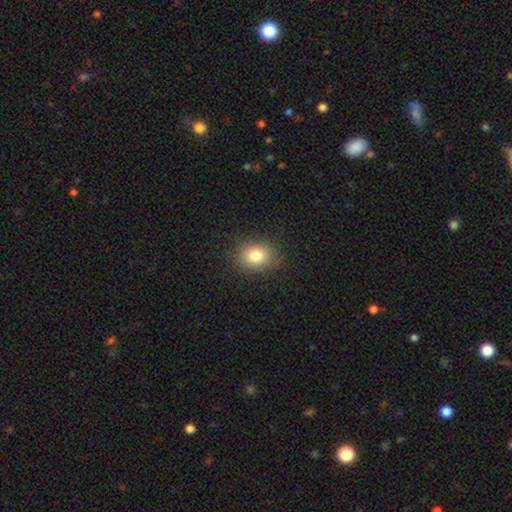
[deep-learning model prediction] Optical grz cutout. It shows a smooth galaxy with no disk features (80%) that is round (57%). Merging: none (87%).